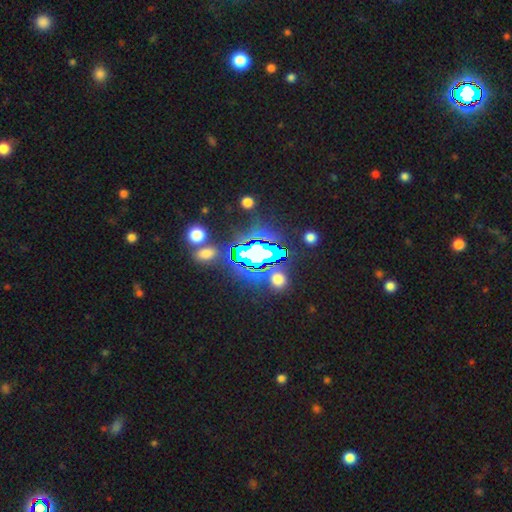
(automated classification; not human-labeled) smooth-or-featured: star or artifact: 68% | smooth: 20% | featured or disk: 12%